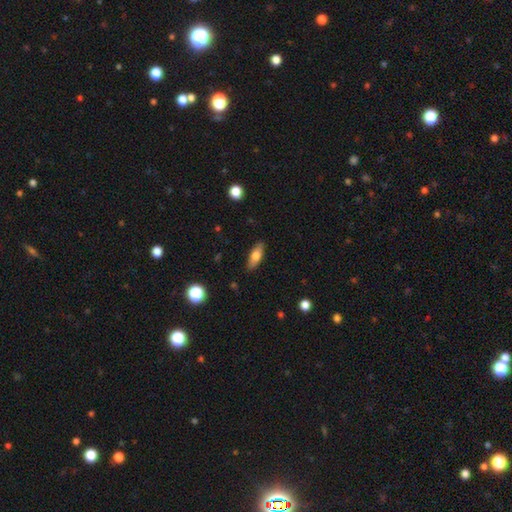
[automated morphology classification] Smooth or featured?
  - smooth: 72% *
  - featured or disk: 21%
  - star or artifact: 7%
How rounded?
  - in between: 67% *
  - cigar-shaped: 30%
  - round: 3%
Merging?
  - none: 87% *
  - minor disturbance: 10%
  - major disturbance: 2%
  - merger: 1%